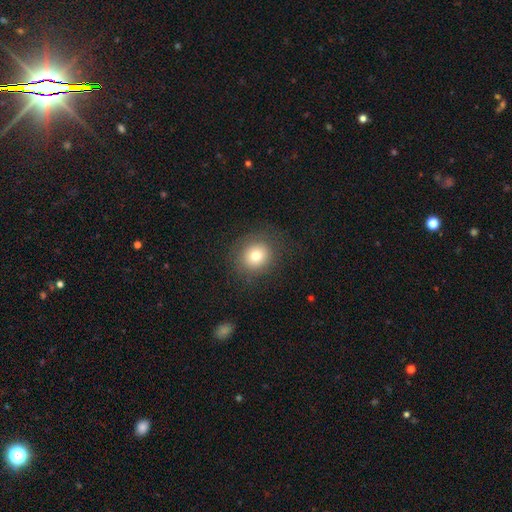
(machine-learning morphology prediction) This appears to be a smooth galaxy with no disk features (77%) that is round (80%). Merging: none (83%).